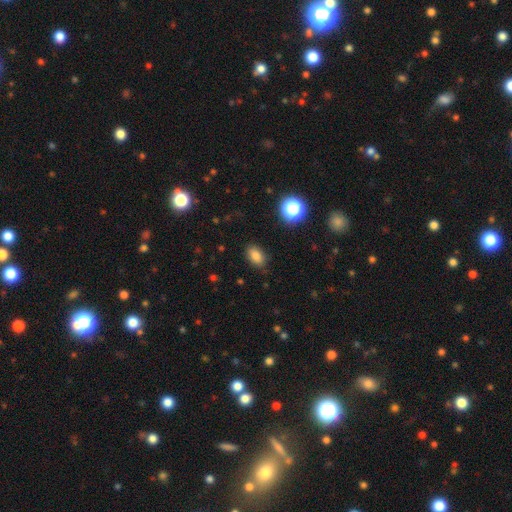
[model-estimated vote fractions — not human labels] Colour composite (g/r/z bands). It shows a smooth galaxy with no disk features (82%) that is in between round and cigar-shaped (86%). Merging: none (85%).